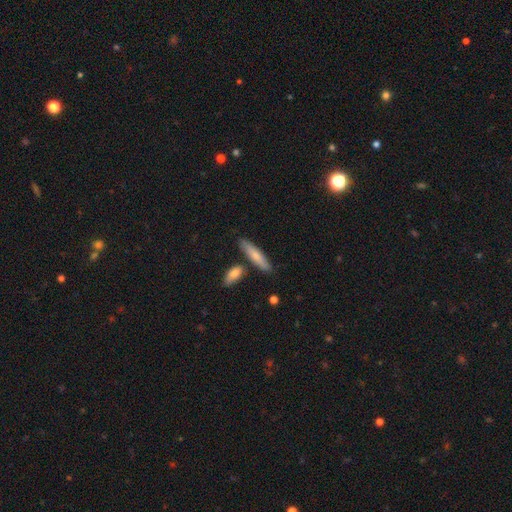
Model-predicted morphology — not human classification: The model was most divided on "smooth or featured": smooth: 69%, featured or disk: 25%, star or artifact: 6%. More confident: merging — none (77%); how rounded — cigar-shaped (76%).